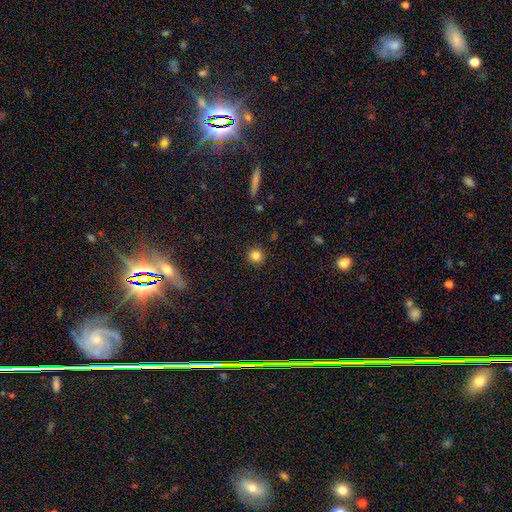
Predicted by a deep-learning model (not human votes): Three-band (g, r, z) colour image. It shows a smooth galaxy with no disk features (84%) that is round (93%). Merging: none (92%).